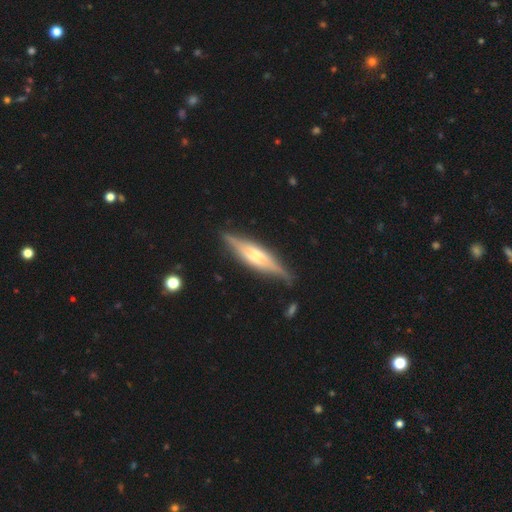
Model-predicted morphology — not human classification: featured or disk 71%, smooth 24%, star or artifact 6%. Down the decision tree: edge-on disk — yes (94%); edge-on bulge — rounded (63%); merging — none (83%).